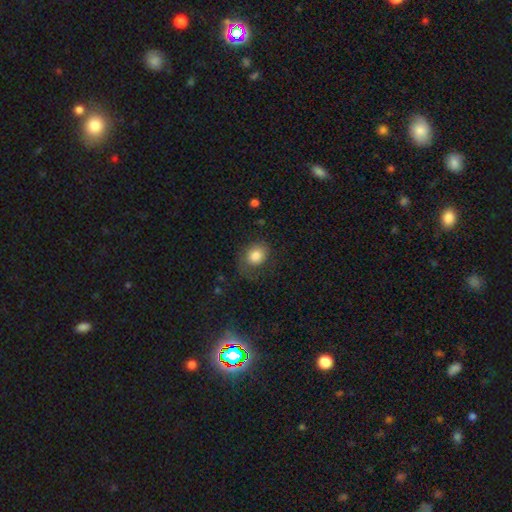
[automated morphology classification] type=smooth (76%); roundness=round (59%); merging=none (54%).